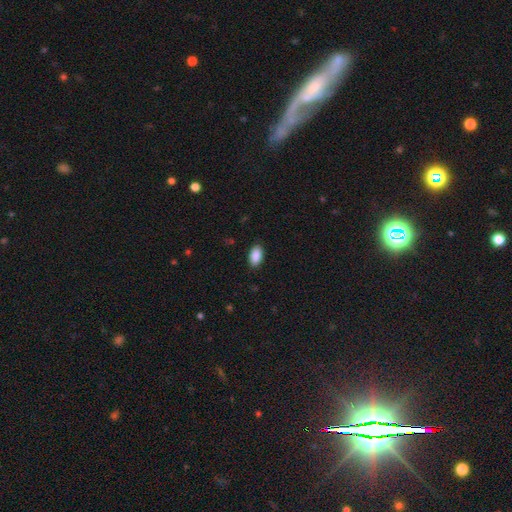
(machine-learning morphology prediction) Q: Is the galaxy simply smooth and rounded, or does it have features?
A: smooth — 90%.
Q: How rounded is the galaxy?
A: in between — 94%.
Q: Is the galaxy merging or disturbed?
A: none — 88%.